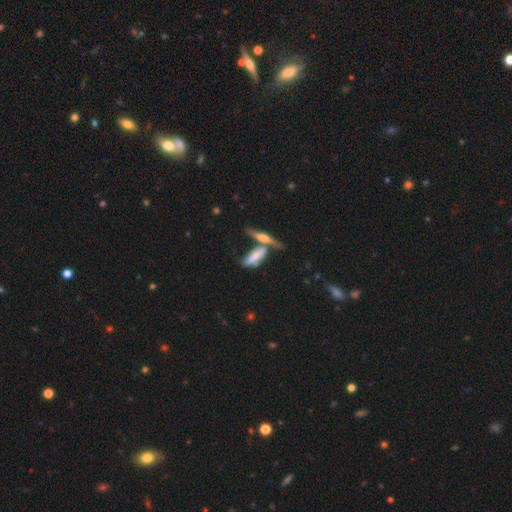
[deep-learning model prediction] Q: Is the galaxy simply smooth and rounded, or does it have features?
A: smooth — 50%.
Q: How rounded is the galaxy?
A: in between — 51%.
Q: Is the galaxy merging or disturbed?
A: merger — 49%.